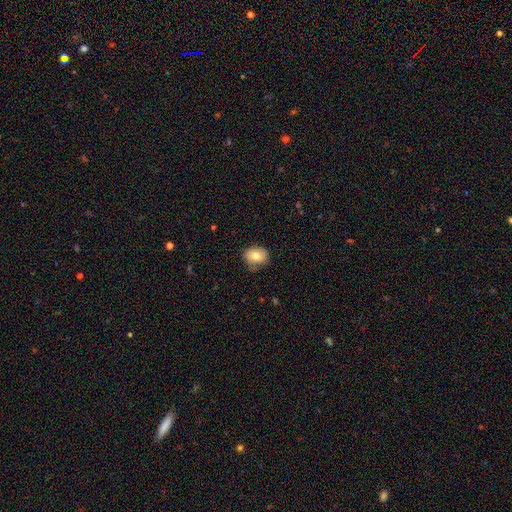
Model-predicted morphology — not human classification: Overall: smooth (74%). How rounded: round (52%; in between 47%). Merging: none (73%).